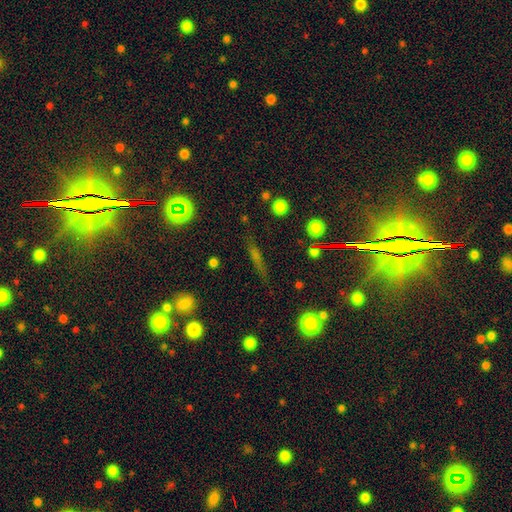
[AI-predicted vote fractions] Smooth or featured?
  - smooth: 39% *
  - featured or disk: 32%
  - star or artifact: 29%
Merging?
  - none: 80% *
  - minor disturbance: 12%
  - major disturbance: 4%
  - merger: 3%